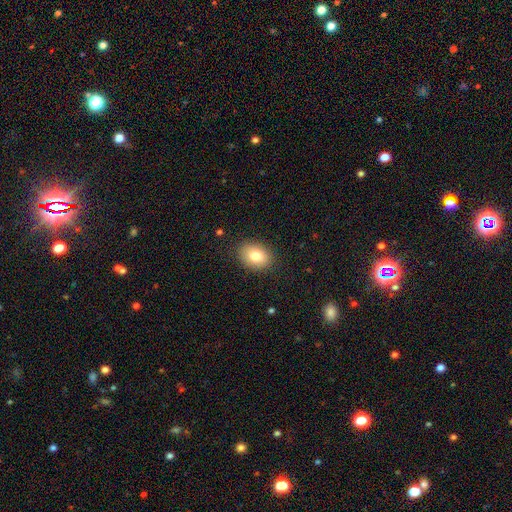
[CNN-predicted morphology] Overall: smooth (82%). How rounded: in between (70%). Merging: none (88%).